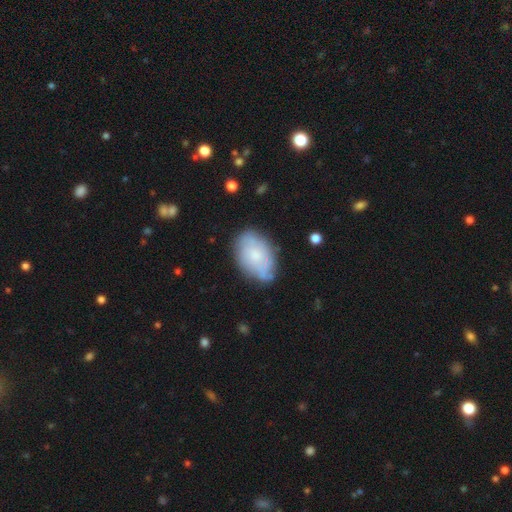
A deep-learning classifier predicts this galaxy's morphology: This is possibly a smooth galaxy (59%). How rounded: clearly in between (90%). Merging: likely none (66%).